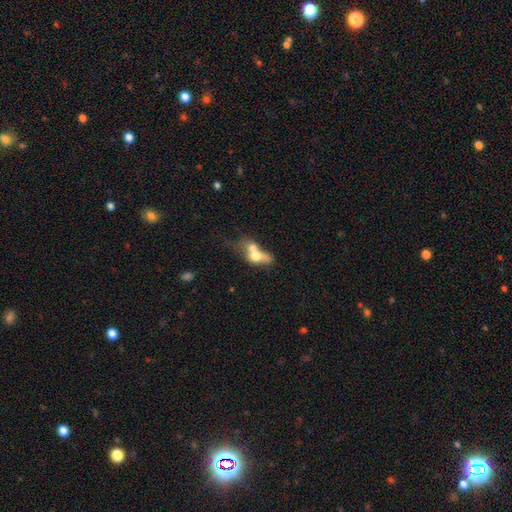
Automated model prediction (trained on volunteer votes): Morphology: type=smooth (59%); roundness=in between (58%); merging=merger (72%).